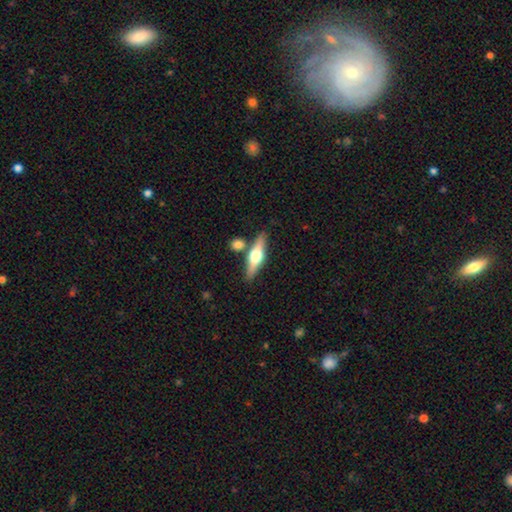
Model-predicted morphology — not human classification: Overall: featured or disk (61%; smooth 33%). Edge-on disk: yes (95%). Edge-on bulge: rounded (96%). Merging: none (78%).